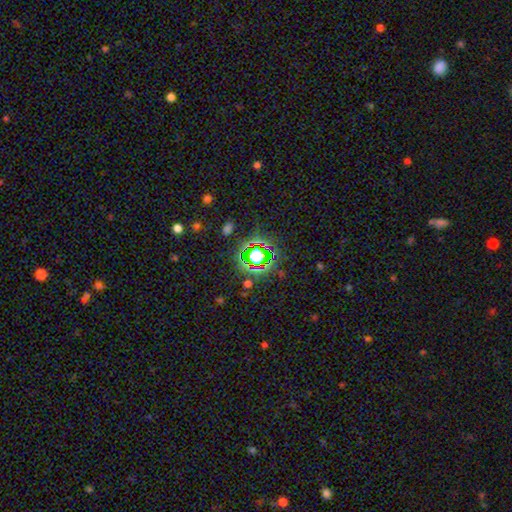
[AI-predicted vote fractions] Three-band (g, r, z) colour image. It shows a star or artifact, not a galaxy (66%).